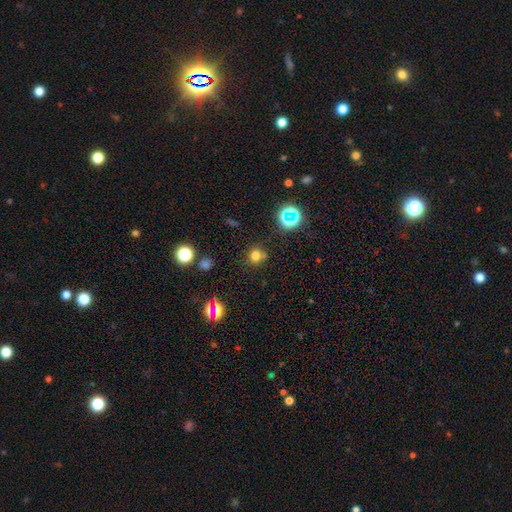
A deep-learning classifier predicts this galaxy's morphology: Smooth or featured?
  - smooth: 70% *
  - star or artifact: 22%
  - featured or disk: 8%
How rounded?
  - round: 86% *
  - in between: 13%
  - cigar-shaped: 1%
Merging?
  - none: 72% *
  - merger: 13%
  - minor disturbance: 11%
  - major disturbance: 4%